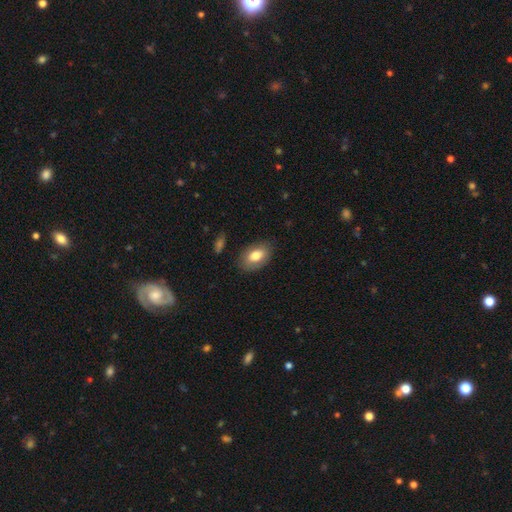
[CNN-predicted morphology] smooth 75%, featured or disk 18%, star or artifact 7%. Down the decision tree: how rounded — in between (90%); merging — none (81%).